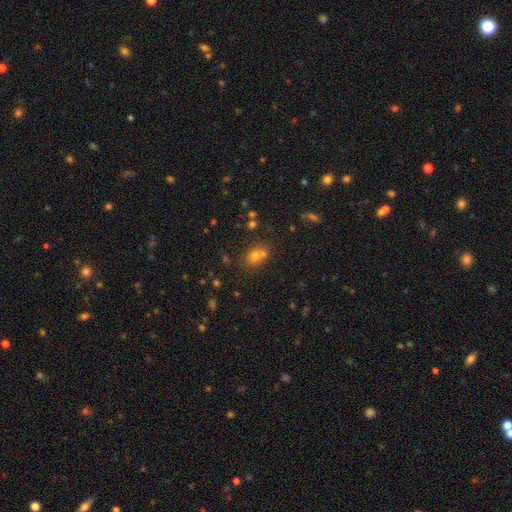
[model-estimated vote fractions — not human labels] Morphology: type=smooth (65%); roundness=round (67%); merging=none (51%).